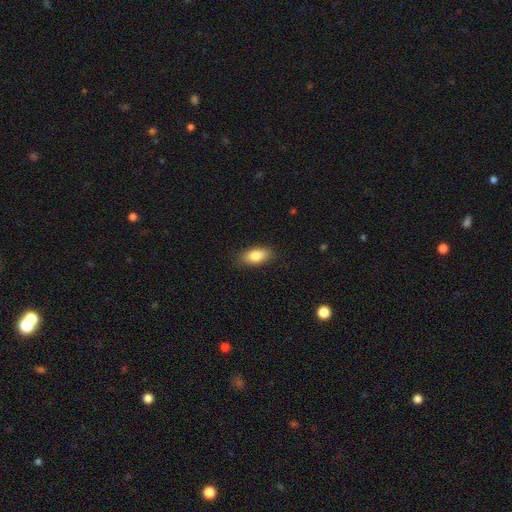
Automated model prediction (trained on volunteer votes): smooth 82%, featured or disk 11%, star or artifact 7%. Down the decision tree: how rounded — in between (88%); merging — none (86%).